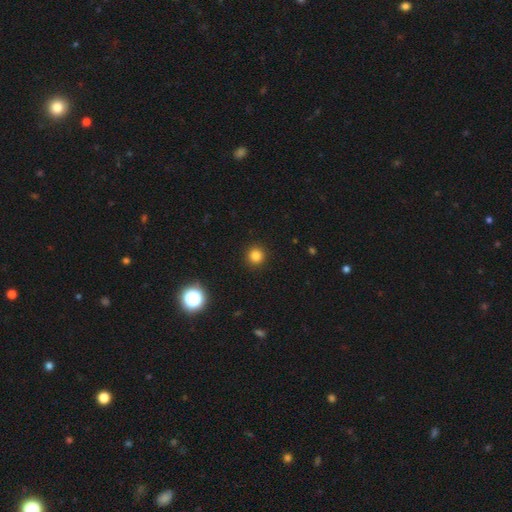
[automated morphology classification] This is clearly a smooth galaxy (82%). How rounded: clearly round (95%). Merging: clearly none (93%).